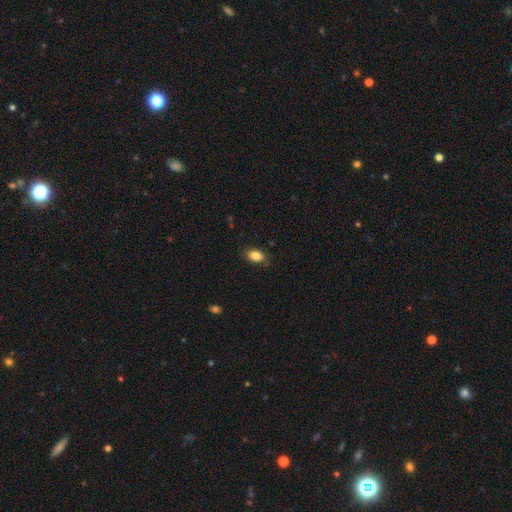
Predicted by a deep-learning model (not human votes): Smooth or featured? Predicted: smooth (p=0.85). How rounded? Predicted: in between (p=0.85). Merging? Predicted: none (p=0.80).